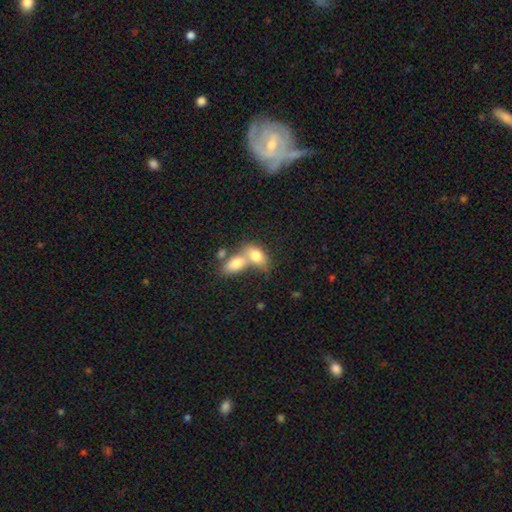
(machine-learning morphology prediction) Smooth or featured?
  - smooth: 78% *
  - featured or disk: 15%
  - star or artifact: 7%
How rounded?
  - in between: 85% *
  - round: 12%
  - cigar-shaped: 3%
Merging?
  - merger: 69% *
  - none: 21%
  - minor disturbance: 7%
  - major disturbance: 4%